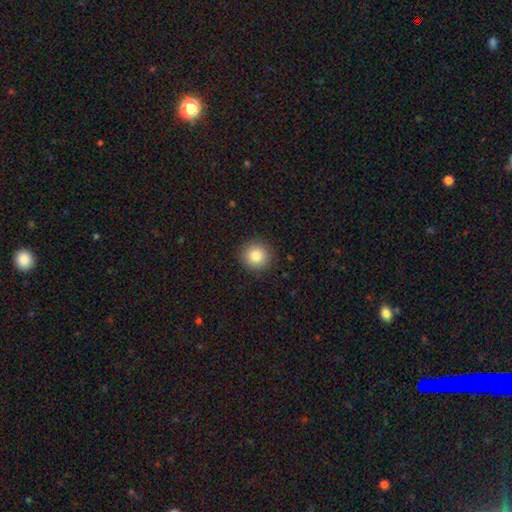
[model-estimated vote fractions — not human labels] This is clearly a smooth galaxy (83%). How rounded: clearly round (94%). Merging: clearly none (91%).